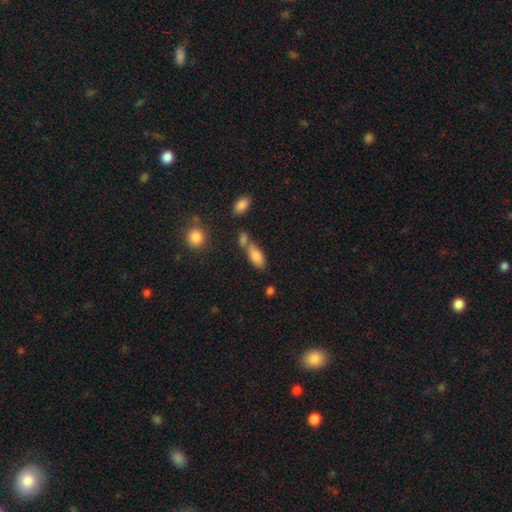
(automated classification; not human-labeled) smooth 83%, star or artifact 9%, featured or disk 8%. Down the decision tree: how rounded — in between (85%); merging — none (46%).